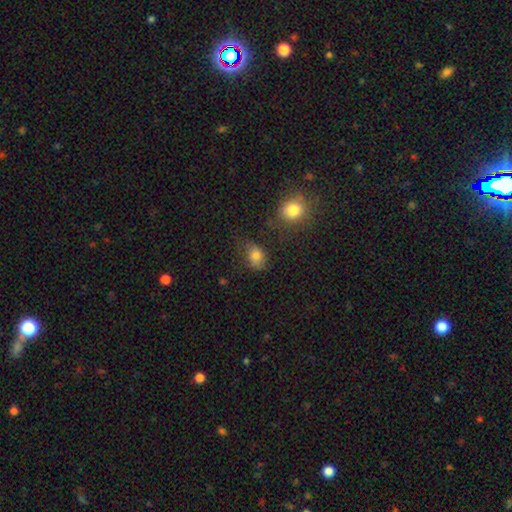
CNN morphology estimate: smooth-or-featured: smooth: 78% | star or artifact: 12% | featured or disk: 10%
  how-rounded: in between: 61% | round: 38% | cigar-shaped: 1%
  merging: none: 52% | minor disturbance: 29% | major disturbance: 14% | merger: 6%